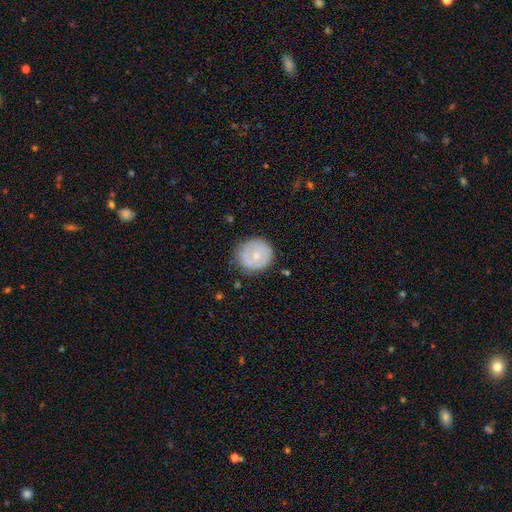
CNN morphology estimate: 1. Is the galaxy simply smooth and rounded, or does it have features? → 59% smooth, 34% featured or disk, 7% star or artifact.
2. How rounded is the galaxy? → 89% round, 10% in between, 1% cigar-shaped.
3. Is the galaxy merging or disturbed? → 76% none, 17% minor disturbance, 4% major disturbance, 2% merger.